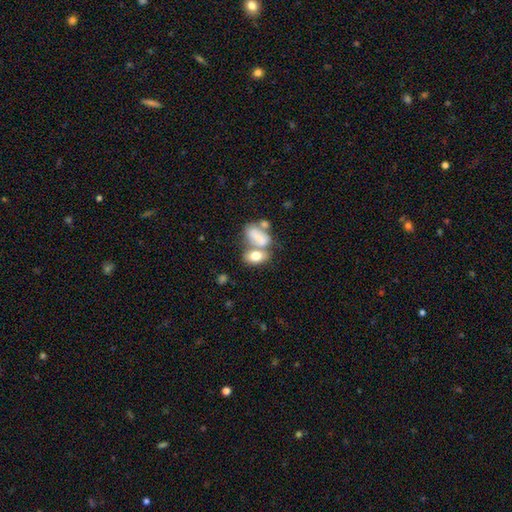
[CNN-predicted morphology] This is likely a smooth galaxy (74%). How rounded: clearly in between (85%). Merging: possibly merger (55%).